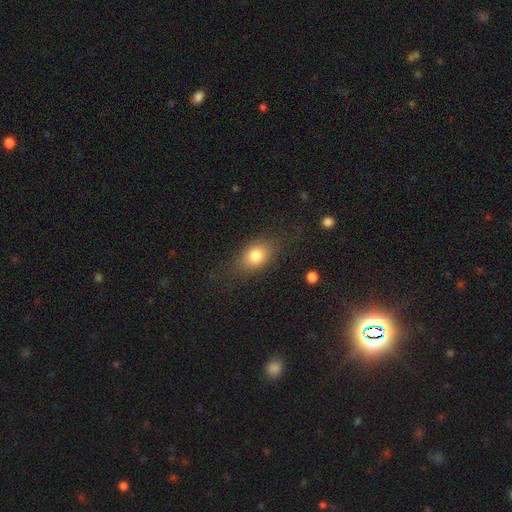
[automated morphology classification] Q: Smooth or featured?
A: smooth (76%); runner-up: featured or disk (14%)
Q: How rounded?
A: in between (69%); runner-up: round (27%)
Q: Merging?
A: none (72%); runner-up: minor disturbance (17%)